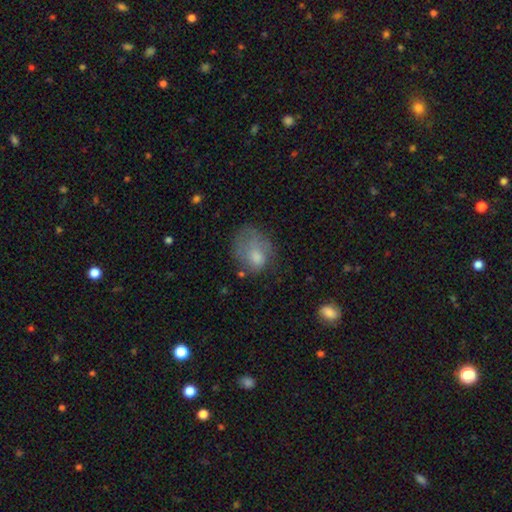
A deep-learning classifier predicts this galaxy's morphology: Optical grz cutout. It shows a smooth galaxy with no disk features (61%) that is in between round and cigar-shaped (60%). Merging: none (37%).